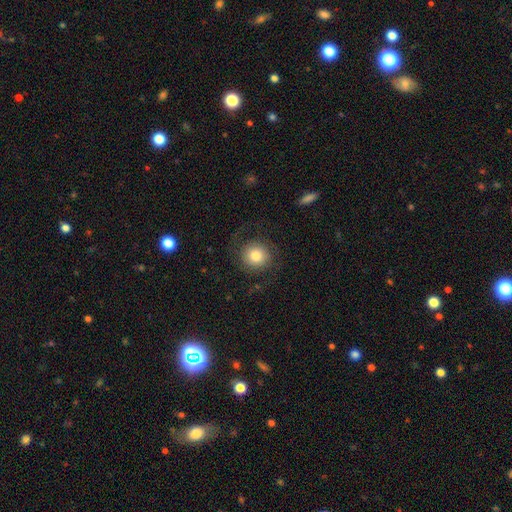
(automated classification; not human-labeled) This appears to be a smooth galaxy with no disk features (69%) that is round (91%). Merging: none (78%).